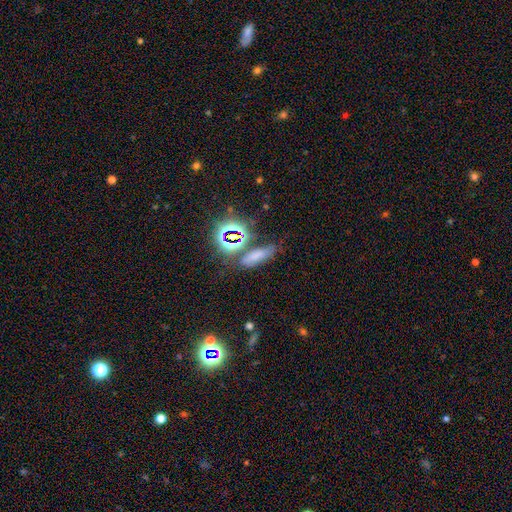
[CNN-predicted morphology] smooth_or_featured: smooth (p=0.58) [alt: star or artifact p=0.30]
how_rounded: in between (p=0.52) [alt: cigar-shaped p=0.37]
merging: none (p=0.65) [alt: minor disturbance p=0.17]